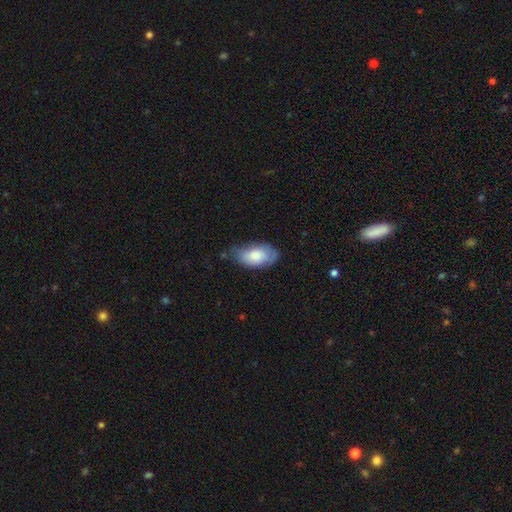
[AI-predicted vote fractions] Smooth or featured? smooth (76%)
How rounded? in between (94%)
Merging? none (58%)